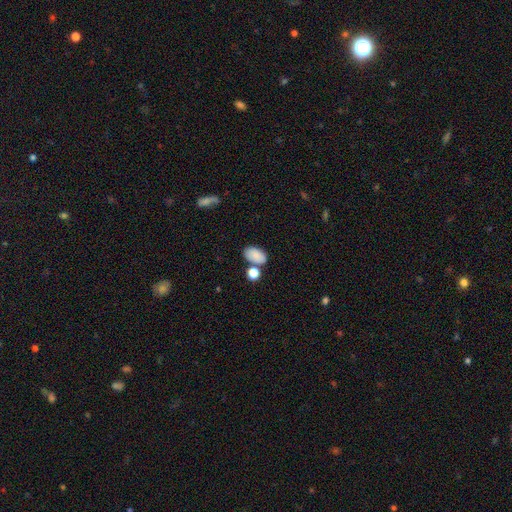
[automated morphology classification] smooth 84%, star or artifact 8%, featured or disk 7%. Down the decision tree: how rounded — in between (91%); merging — none (65%).